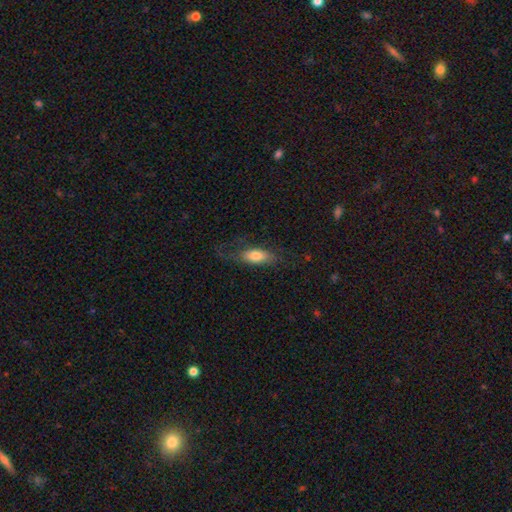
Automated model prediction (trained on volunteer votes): The model was most divided on "merging": none: 53%, major disturbance: 23%, minor disturbance: 22%, merger: 2%. More confident: how rounded — in between (78%); smooth or featured — smooth (68%).